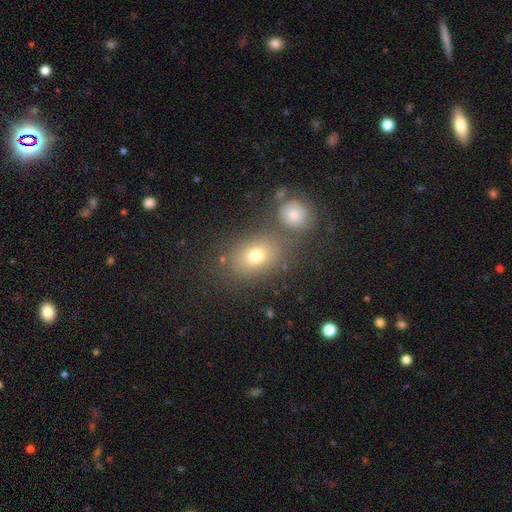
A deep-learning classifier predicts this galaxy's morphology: This appears to be a smooth galaxy with no disk features (73%) that is in between round and cigar-shaped (69%). Merging: none (67%).